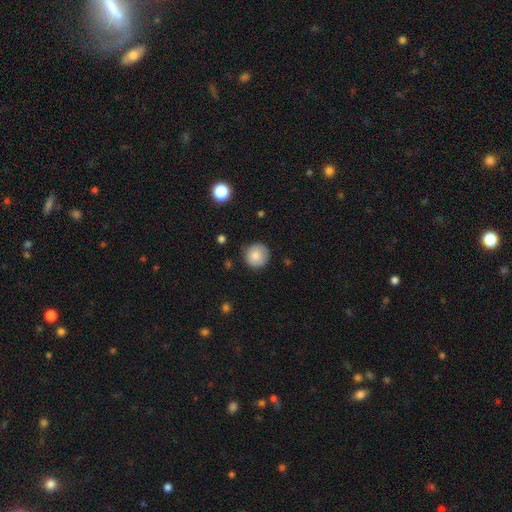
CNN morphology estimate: The model was most divided on "smooth or featured": smooth: 83%, star or artifact: 9%, featured or disk: 8%. More confident: how rounded — round (94%); merging — none (86%).